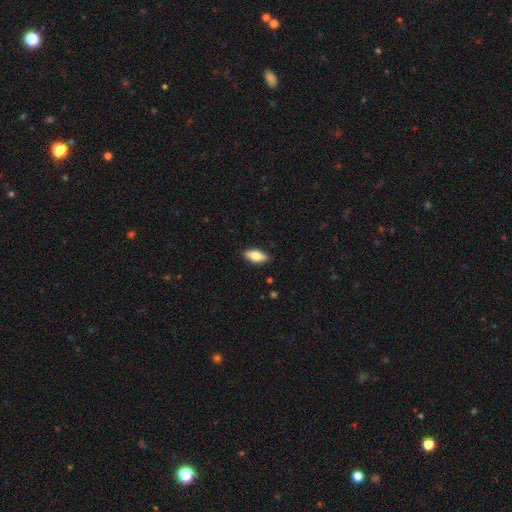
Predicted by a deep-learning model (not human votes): smooth_or_featured: smooth (p=0.68) [alt: featured or disk p=0.25]
how_rounded: in between (p=0.81) [alt: cigar-shaped p=0.16]
merging: none (p=0.88) [alt: minor disturbance p=0.09]